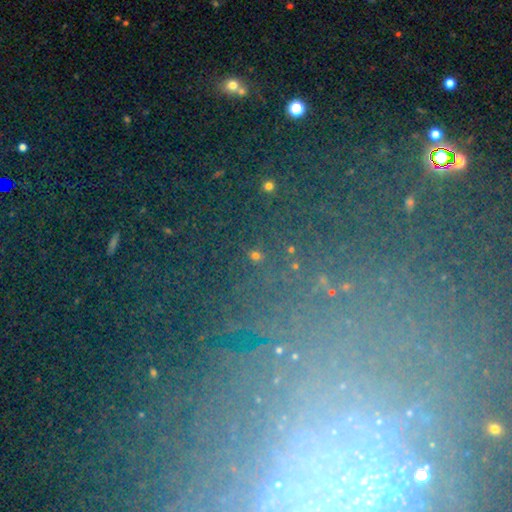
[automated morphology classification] Overall: star or artifact (60%; smooth 27%).